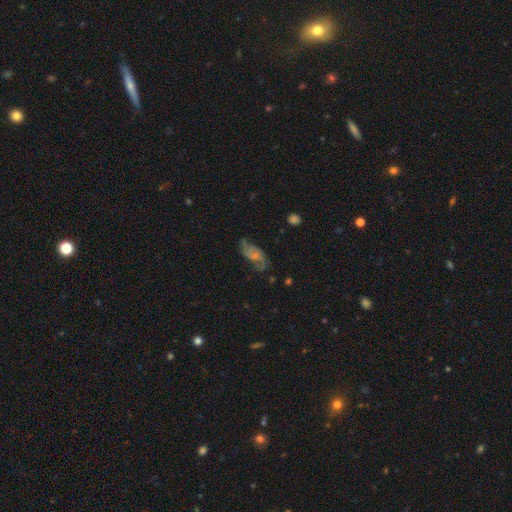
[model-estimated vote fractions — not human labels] A featured or disk galaxy (59%) with no bar (62%), spiral arms (86%) and a small central bulge (49%). Merging: none (67%).